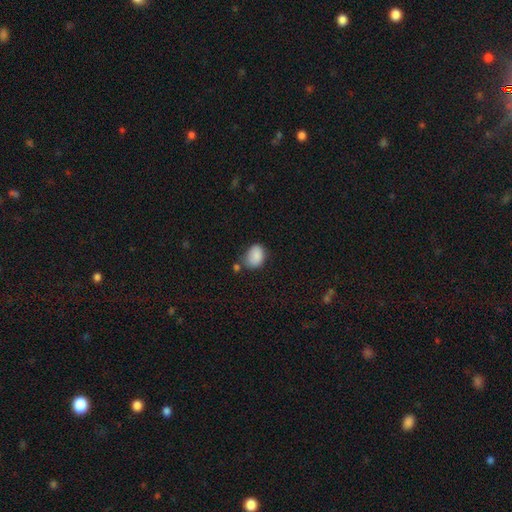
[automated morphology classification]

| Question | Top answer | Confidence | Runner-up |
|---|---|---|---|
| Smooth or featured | smooth | 87% | star or artifact (8%) |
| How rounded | in between | 74% | round (25%) |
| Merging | none | 58% | minor disturbance (25%) |